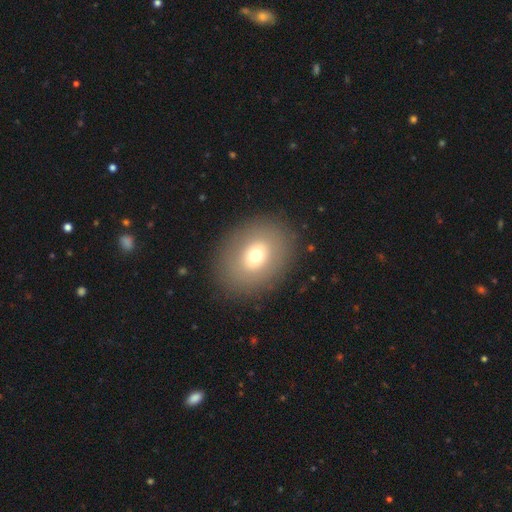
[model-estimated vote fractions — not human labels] Smooth or featured: smooth — 67% (featured or disk — 22%)
How rounded: in between — 54% (round — 45%)
Merging: none — 87% (minor disturbance — 8%)